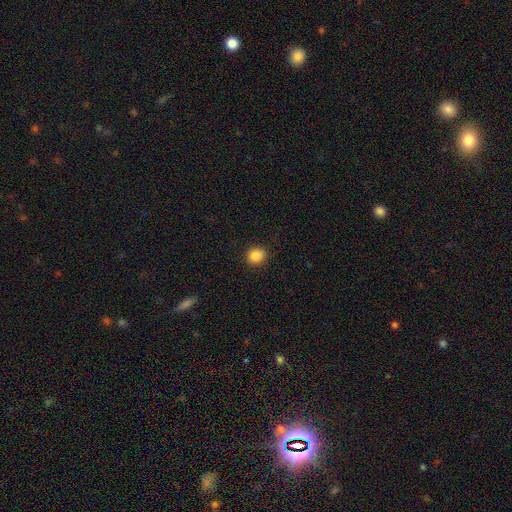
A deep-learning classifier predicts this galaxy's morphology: The model was most divided on "how rounded": round: 83%, in between: 16%, cigar-shaped: 1%. More confident: merging — none (90%); smooth or featured — smooth (86%).